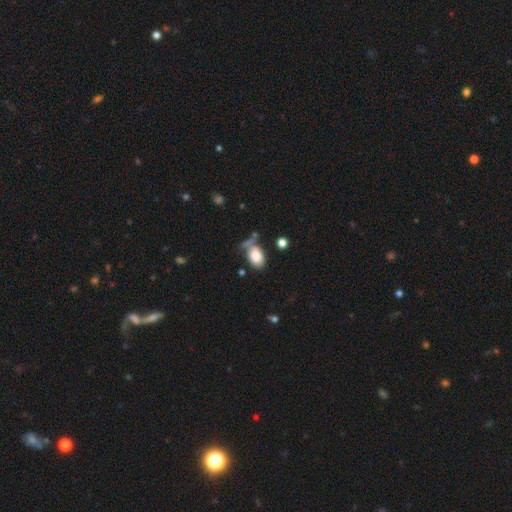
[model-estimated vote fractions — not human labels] Smooth or featured? Predicted: smooth (p=0.82). How rounded? Predicted: in between (p=0.86). Merging? Predicted: none (p=0.53).